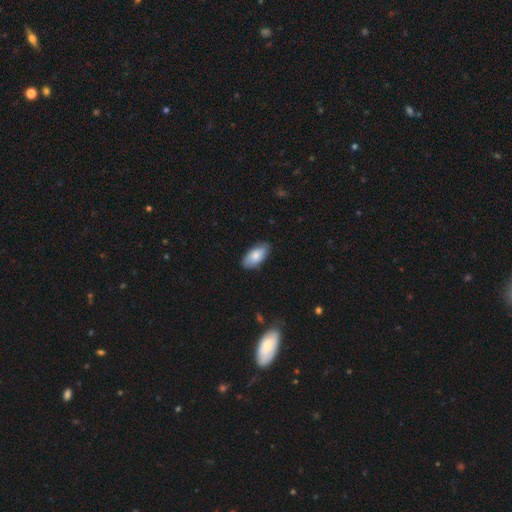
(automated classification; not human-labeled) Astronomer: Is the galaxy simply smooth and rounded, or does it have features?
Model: smooth — 81%.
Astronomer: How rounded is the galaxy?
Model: in between — 92%.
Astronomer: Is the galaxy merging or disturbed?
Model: none — 82%.